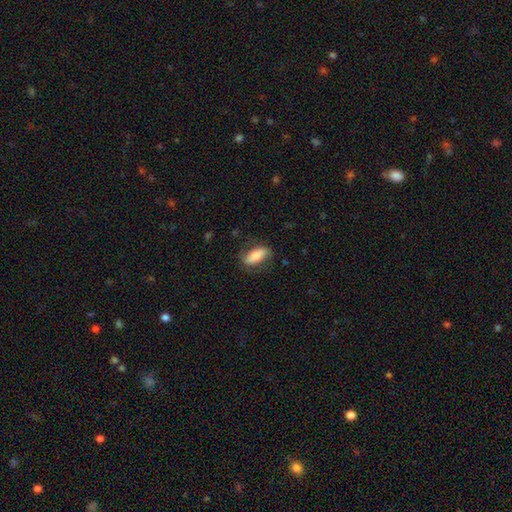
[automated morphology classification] Smooth or featured? smooth (67%)
How rounded? in between (79%)
Merging? none (72%)